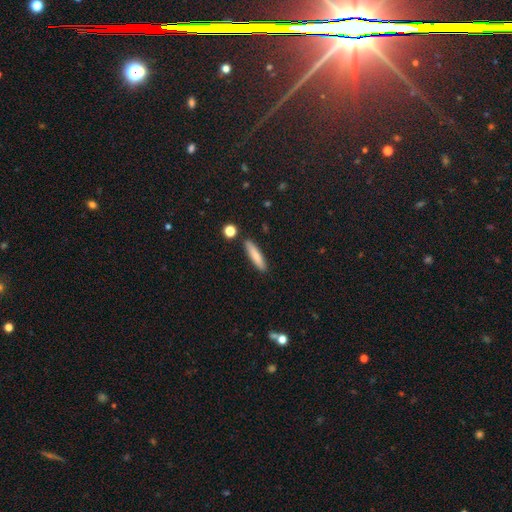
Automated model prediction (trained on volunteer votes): Overall: smooth (77%). How rounded: cigar-shaped (81%). Merging: none (87%).